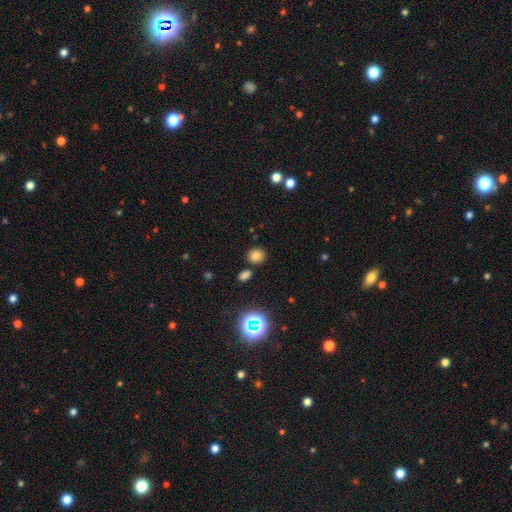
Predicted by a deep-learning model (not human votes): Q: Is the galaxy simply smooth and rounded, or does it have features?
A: smooth — 75%.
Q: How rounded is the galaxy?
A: round — 77%.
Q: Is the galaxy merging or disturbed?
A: none — 80%.